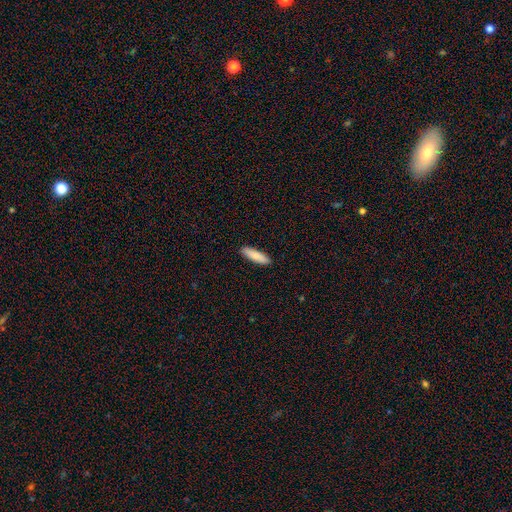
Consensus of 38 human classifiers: Smooth or featured? 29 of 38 (76%) said smooth. How rounded? 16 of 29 (55%) said cigar-shaped. Merging? 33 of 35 (94%) said none.